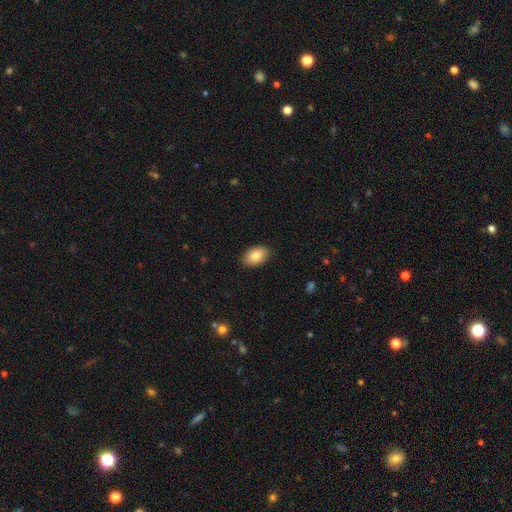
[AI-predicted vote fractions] Smooth or featured? smooth (84%)
How rounded? in between (91%)
Merging? none (89%)